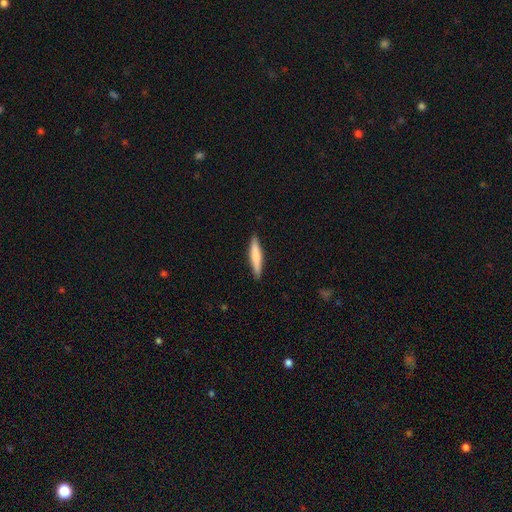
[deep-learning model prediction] Morphology: type=smooth (70%); roundness=cigar-shaped (90%); merging=none (89%).